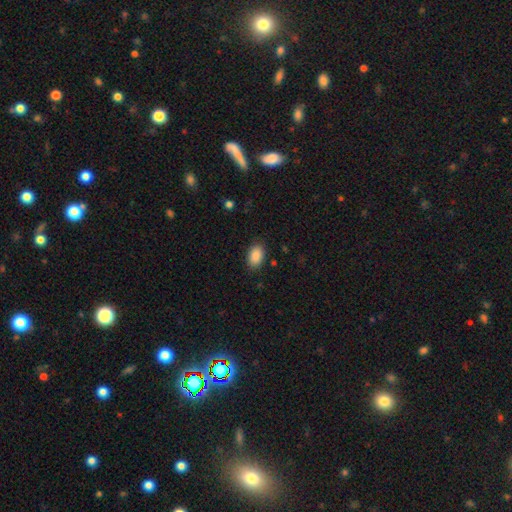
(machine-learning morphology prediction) Smooth or featured: smooth — 89% (star or artifact — 7%)
How rounded: in between — 89% (round — 10%)
Merging: none — 87% (minor disturbance — 9%)